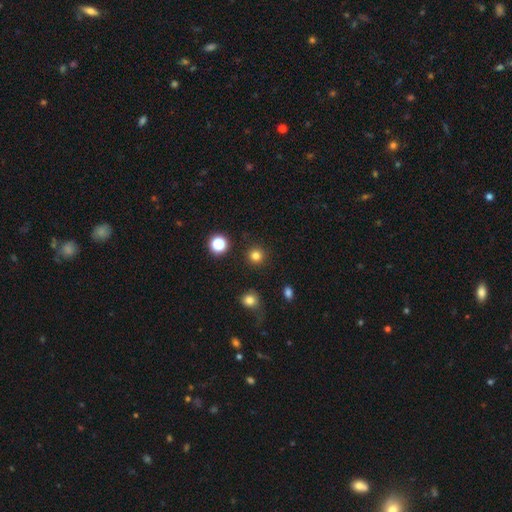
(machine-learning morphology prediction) Smooth or featured? smooth (81%)
How rounded? round (95%)
Merging? none (91%)